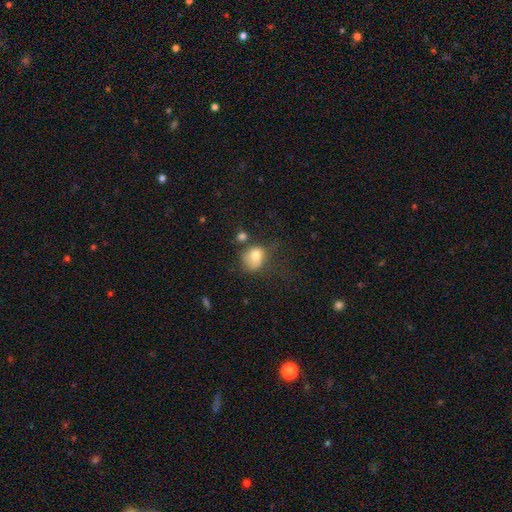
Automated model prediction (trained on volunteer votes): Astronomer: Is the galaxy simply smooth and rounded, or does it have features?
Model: smooth — 76%.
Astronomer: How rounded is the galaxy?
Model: round — 62%.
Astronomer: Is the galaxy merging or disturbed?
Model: none — 38% (runner-up: minor disturbance, 30%).